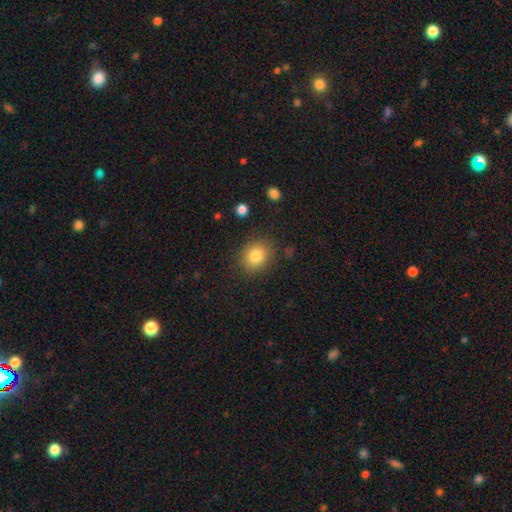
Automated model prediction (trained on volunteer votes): Smooth or featured? smooth (83%)
How rounded? round (62%)
Merging? none (84%)